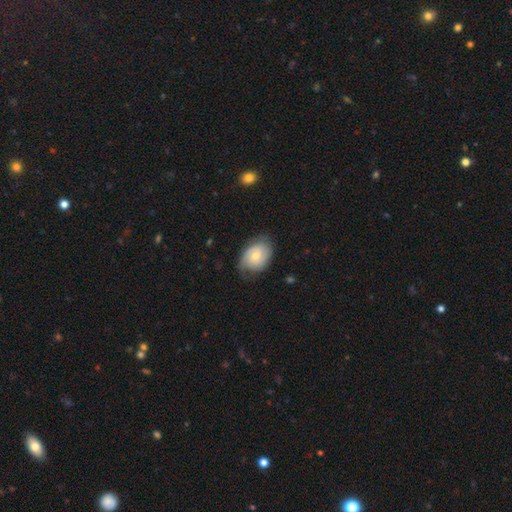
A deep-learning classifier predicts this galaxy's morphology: A featured or disk galaxy (49%). Merging: none (68%).